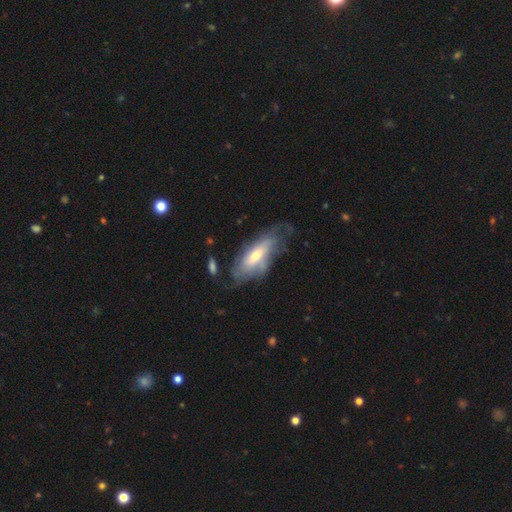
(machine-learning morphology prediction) Smooth or featured? featured or disk (56%)
Edge-on disk? no (77%)
Merging? none (51%)